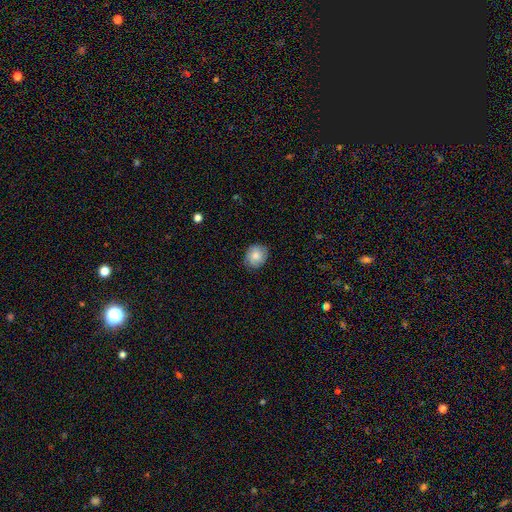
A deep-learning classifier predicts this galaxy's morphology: Smooth or featured? smooth (76%)
How rounded? round (64%)
Merging? none (82%)